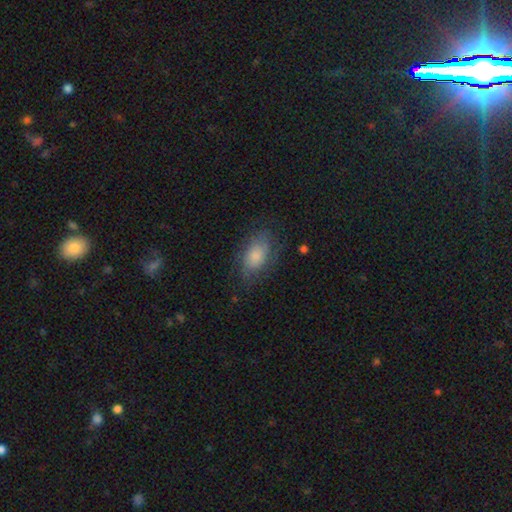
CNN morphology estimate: type=smooth (65%); roundness=in between (88%); merging=none (67%).